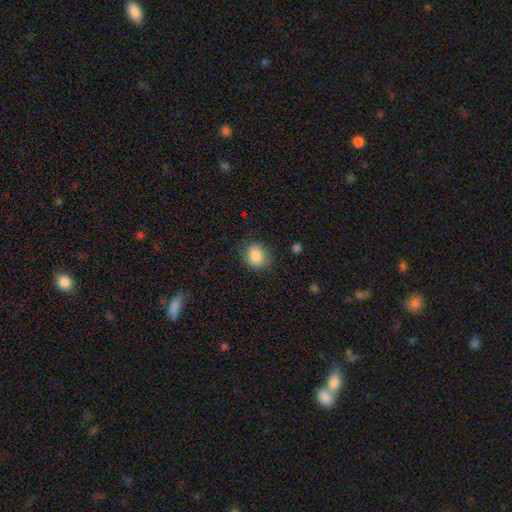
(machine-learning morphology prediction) Smooth or featured? smooth (86%)
How rounded? round (54%)
Merging? none (77%)